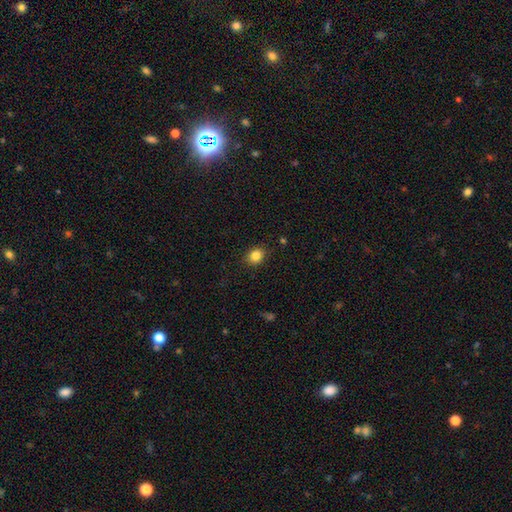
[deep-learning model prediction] Smooth or featured: smooth — 84% (star or artifact — 11%)
How rounded: round — 71% (in between — 28%)
Merging: none — 88% (minor disturbance — 9%)